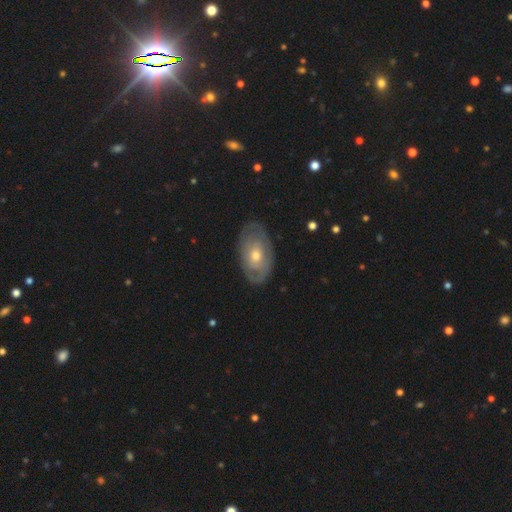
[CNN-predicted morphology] Overall: featured or disk (64%; smooth 30%). Edge-on disk: no (92%). Bar: no (84%). Spiral arms: yes (58%; no 42%). Bulge size: moderate (61%; small 34%). Merging: none (79%).